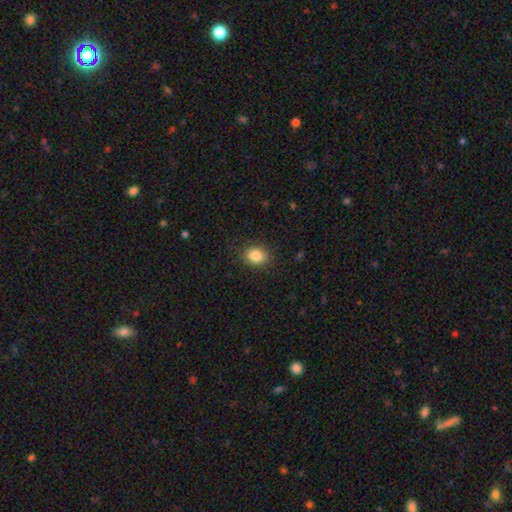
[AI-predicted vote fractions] A smooth galaxy with no disk features (84%) that is round (51%). Merging: none (88%).